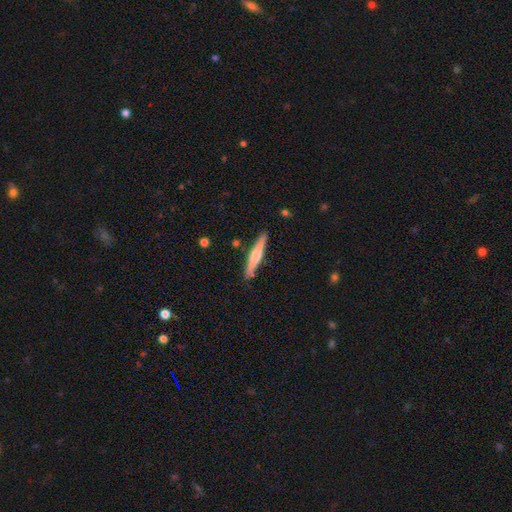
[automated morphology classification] Smooth or featured: featured or disk — 51% (smooth — 44%)
Edge-on disk: yes — 96% (no — 4%)
Merging: none — 87% (minor disturbance — 9%)